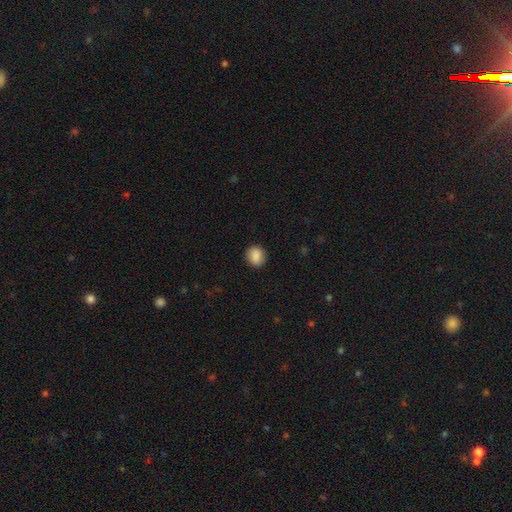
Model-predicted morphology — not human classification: Smooth or featured? Predicted: smooth (p=0.88). How rounded? Predicted: round (p=0.75). Merging? Predicted: none (p=0.89).